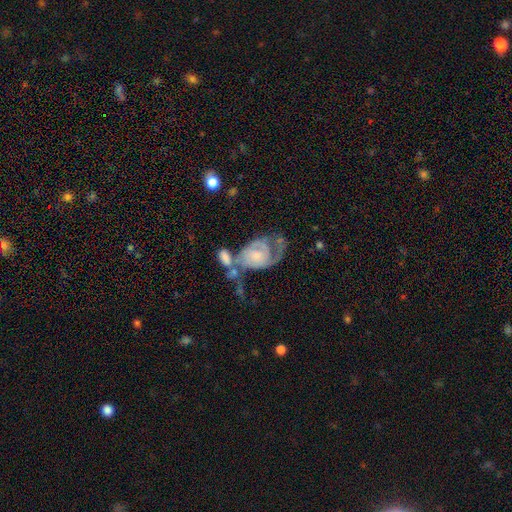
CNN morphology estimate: Overall: featured or disk (81%). Edge-on disk: no (97%). Bar: no (69%). Spiral arms: yes (91%). Spiral arm count: 2 (47%; 1 27%). Spiral winding: tight (44%; medium 37%). Bulge size: small (48%; moderate 33%). Merging: major disturbance (31%; merger 30%).